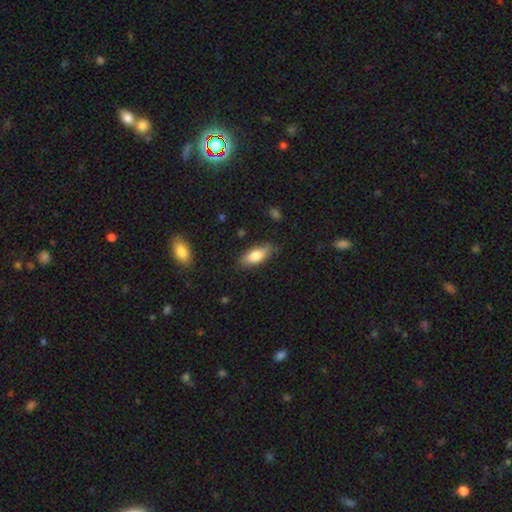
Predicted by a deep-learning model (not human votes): Smooth or featured: smooth — 78% (featured or disk — 16%)
How rounded: in between — 76% (cigar-shaped — 21%)
Merging: none — 79% (minor disturbance — 16%)